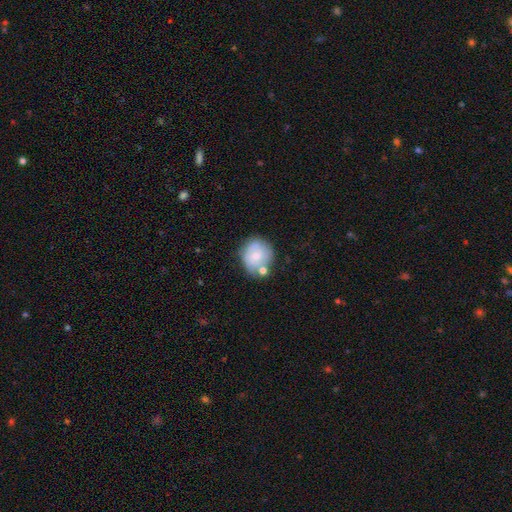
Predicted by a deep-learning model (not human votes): smooth-or-featured: smooth: 60% | featured or disk: 33% | star or artifact: 7%
  how-rounded: round: 77% | in between: 22% | cigar-shaped: 1%
  merging: none: 53% | minor disturbance: 22% | merger: 17% | major disturbance: 8%